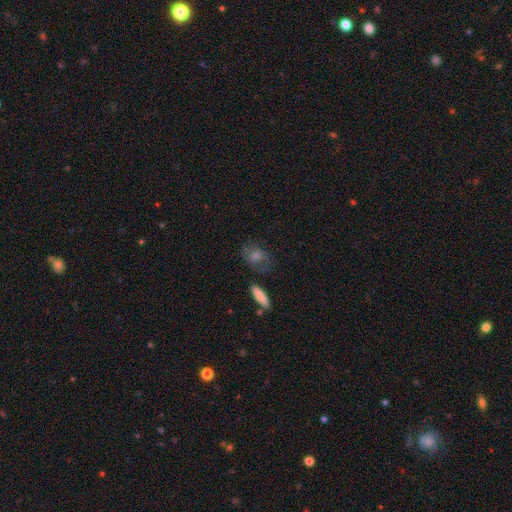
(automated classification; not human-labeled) The model was most divided on "smooth or featured": smooth: 50%, featured or disk: 34%, star or artifact: 16%. More confident: merging — none (67%).